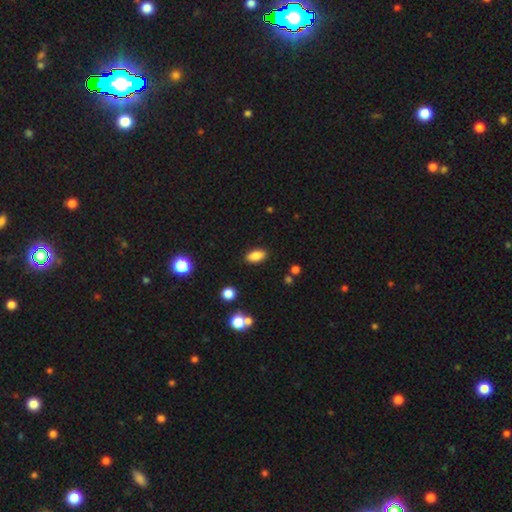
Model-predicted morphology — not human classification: Overall: smooth (85%). How rounded: in between (89%). Merging: none (88%).